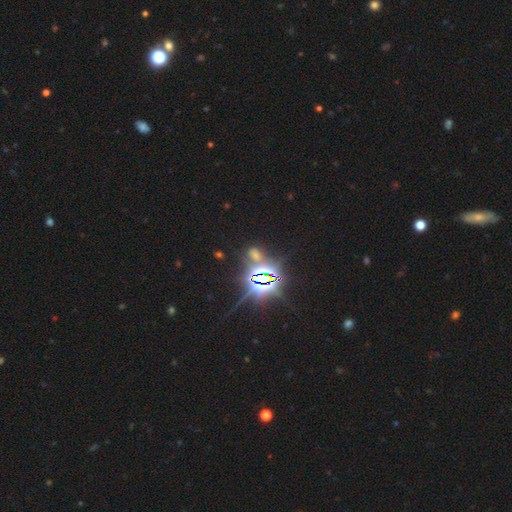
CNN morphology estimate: Smooth or featured? Predicted: star or artifact (p=0.80).